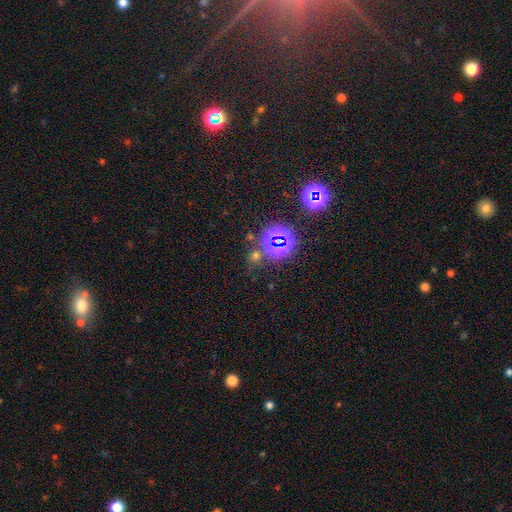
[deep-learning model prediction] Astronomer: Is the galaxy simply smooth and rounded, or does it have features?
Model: star or artifact — 55% (runner-up: smooth, 38%).